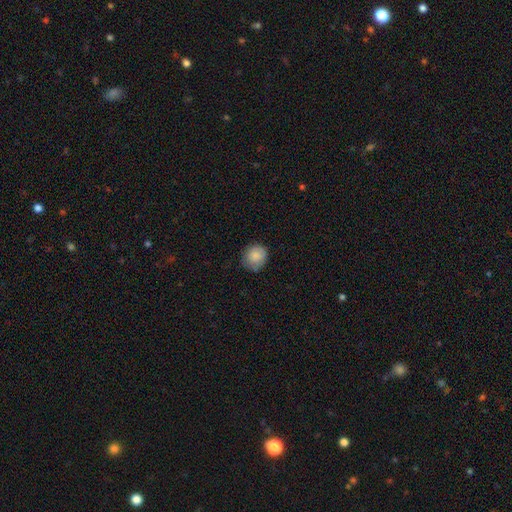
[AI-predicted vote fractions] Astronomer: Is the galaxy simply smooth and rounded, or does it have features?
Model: smooth — 85%.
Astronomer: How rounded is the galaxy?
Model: round — 82%.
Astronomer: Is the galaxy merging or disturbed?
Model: none — 74%.